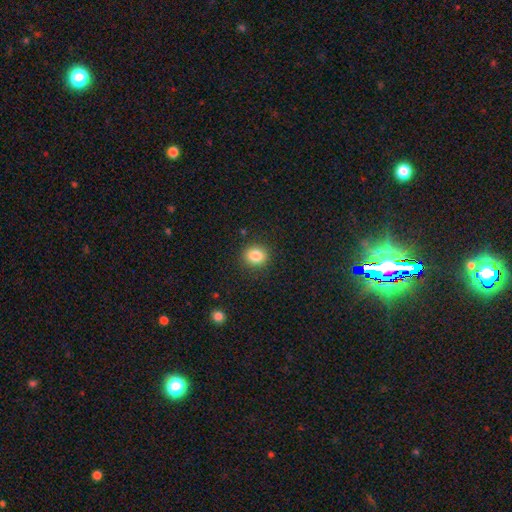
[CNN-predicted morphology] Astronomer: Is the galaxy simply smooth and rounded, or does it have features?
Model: smooth — 84%.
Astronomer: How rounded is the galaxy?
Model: round — 78%.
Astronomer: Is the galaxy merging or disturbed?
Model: none — 90%.